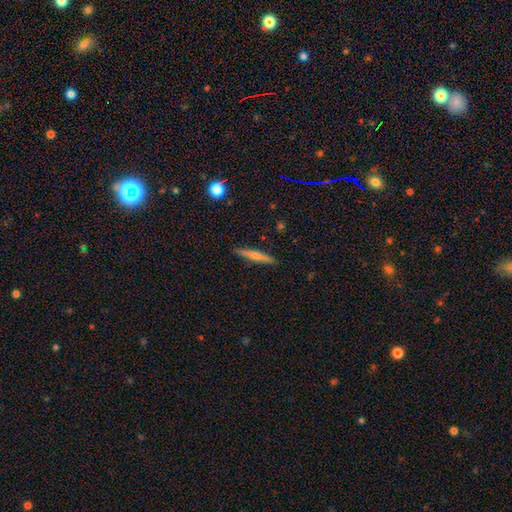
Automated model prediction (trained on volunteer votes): A smooth galaxy with no disk features (57%) that is cigar-shaped (88%).

Vote fractions:
- Smooth or featured? smooth: 57% / featured or disk: 35% / star or artifact: 8%
- How rounded? cigar-shaped: 88% / in between: 9% / round: 2%
- Merging? none: 89% / minor disturbance: 8% / major disturbance: 2% / merger: 1%